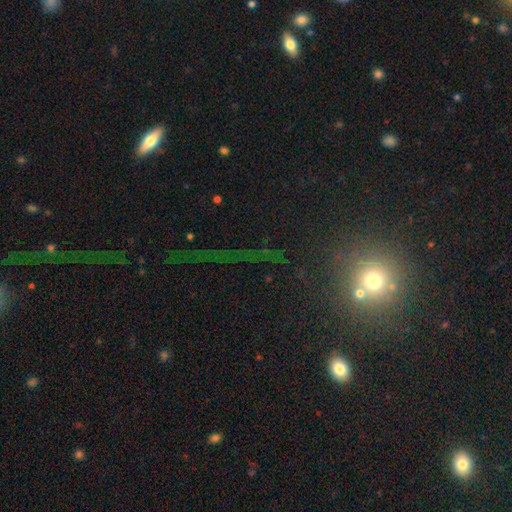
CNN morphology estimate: This appears to be a star or artifact, not a galaxy (61%).